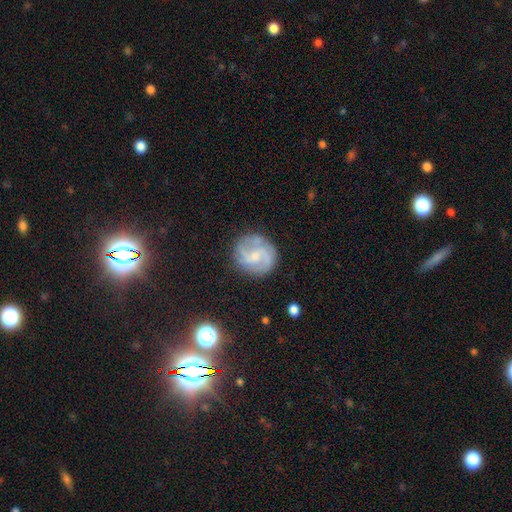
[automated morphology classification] The model was most divided on "bar": weak: 47%, no: 43%, strong: 10%. Remaining: edge-on disk — no (98%); spiral arms — yes (92%); merging — none (78%); smooth or featured — featured or disk (73%); spiral arm count — 2 (66%); bulge size — small (59%); spiral winding — medium (48%).